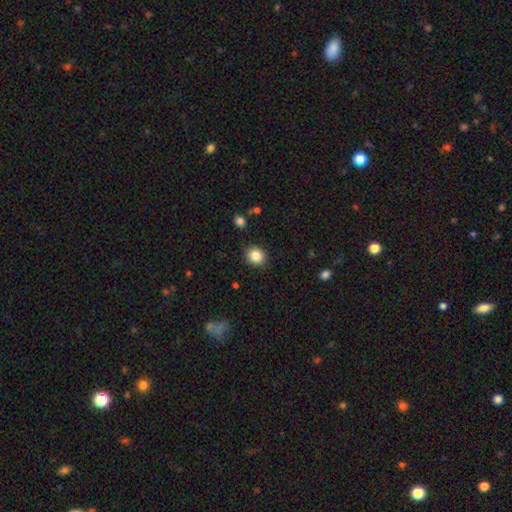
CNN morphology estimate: smooth_or_featured: smooth (p=0.85) [alt: star or artifact p=0.10]
how_rounded: round (p=0.76) [alt: in between p=0.23]
merging: none (p=0.89) [alt: minor disturbance p=0.07]